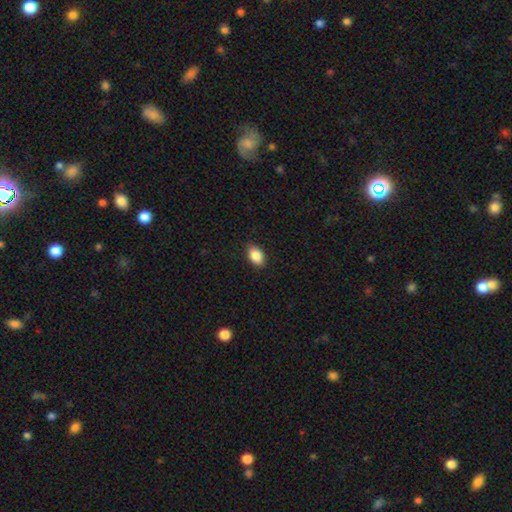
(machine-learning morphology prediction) This is clearly a smooth galaxy (88%). How rounded: clearly in between (88%). Merging: clearly none (88%).